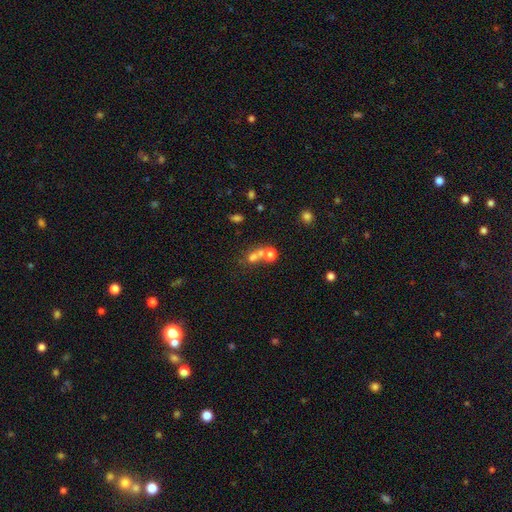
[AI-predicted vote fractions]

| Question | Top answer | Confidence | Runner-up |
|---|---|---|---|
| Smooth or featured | smooth | 63% | star or artifact (20%) |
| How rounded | round | 74% | in between (24%) |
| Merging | merger | 54% | none (34%) |